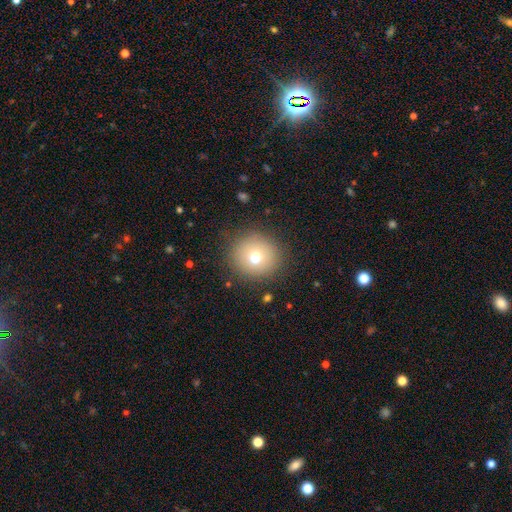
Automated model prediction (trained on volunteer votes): Smooth or featured: smooth — 71% (featured or disk — 15%)
How rounded: round — 91% (in between — 8%)
Merging: none — 88% (minor disturbance — 7%)